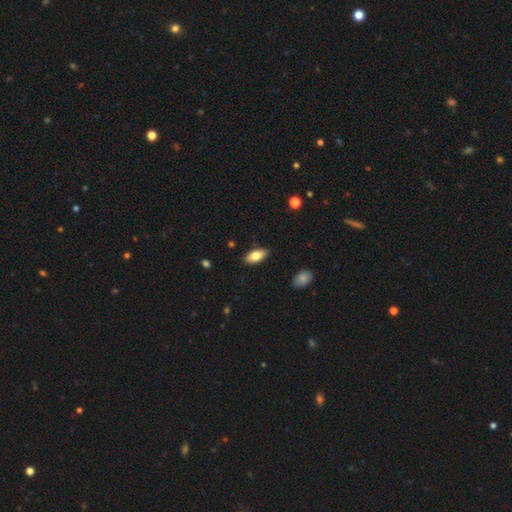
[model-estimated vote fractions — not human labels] smooth-or-featured: smooth: 80% | featured or disk: 14% | star or artifact: 7%
  how-rounded: in between: 91% | cigar-shaped: 6% | round: 2%
  merging: none: 88% | minor disturbance: 9% | major disturbance: 2% | merger: 1%